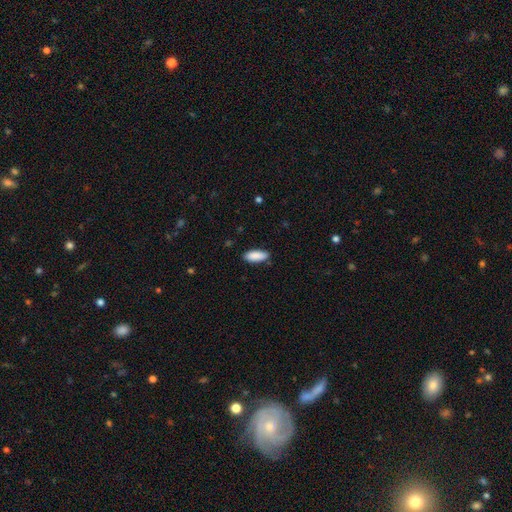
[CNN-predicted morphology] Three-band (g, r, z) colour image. It shows a smooth galaxy with no disk features (89%) that is in between round and cigar-shaped (77%). Merging: none (85%).